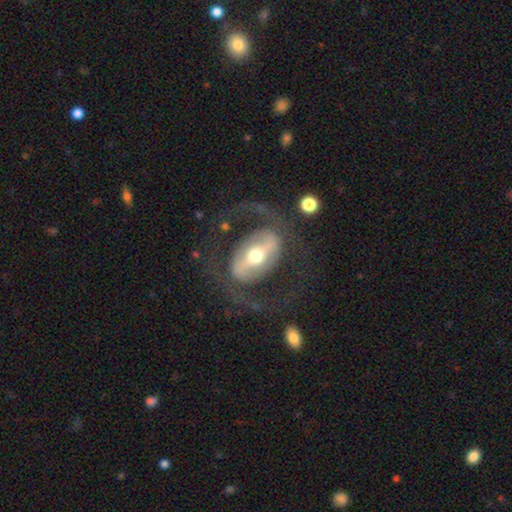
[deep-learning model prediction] This is likely a featured or disk galaxy (78%). It is clearly not viewed edge-on (94%). Bar: likely strong (61%). Spiral arm pattern: likely yes (64%). Central bulge: likely moderate (68%). Merging: likely none (69%).